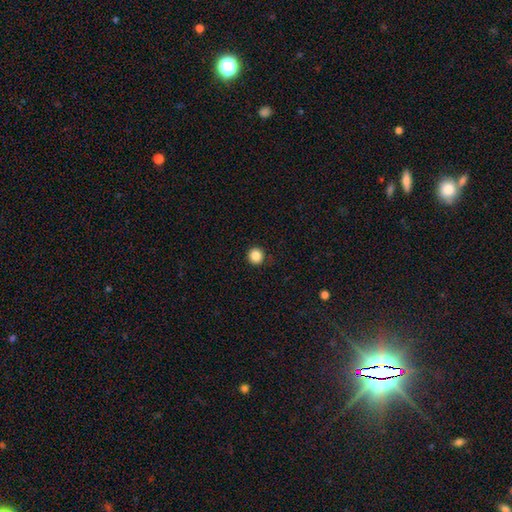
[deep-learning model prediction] Smooth or featured?
  - smooth: 86% *
  - star or artifact: 10%
  - featured or disk: 4%
How rounded?
  - round: 94% *
  - in between: 5%
  - cigar-shaped: 1%
Merging?
  - none: 92% *
  - minor disturbance: 6%
  - major disturbance: 2%
  - merger: 1%